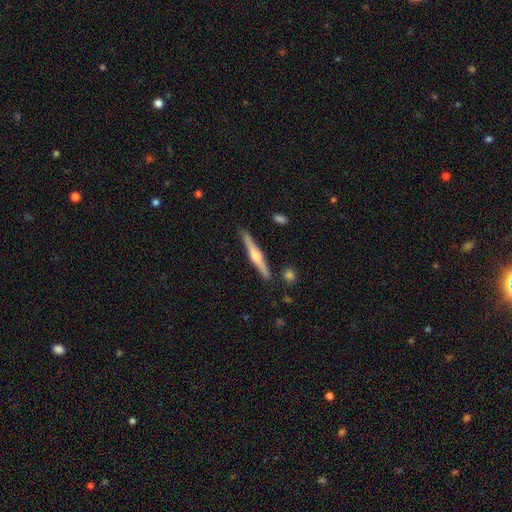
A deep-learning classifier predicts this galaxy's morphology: Q: Smooth or featured?
A: featured or disk (68%); runner-up: smooth (26%)
Q: Edge-on disk?
A: yes (98%); runner-up: no (2%)
Q: Edge-on bulge?
A: rounded (88%); runner-up: boxy (7%)
Q: Merging?
A: none (89%); runner-up: minor disturbance (8%)